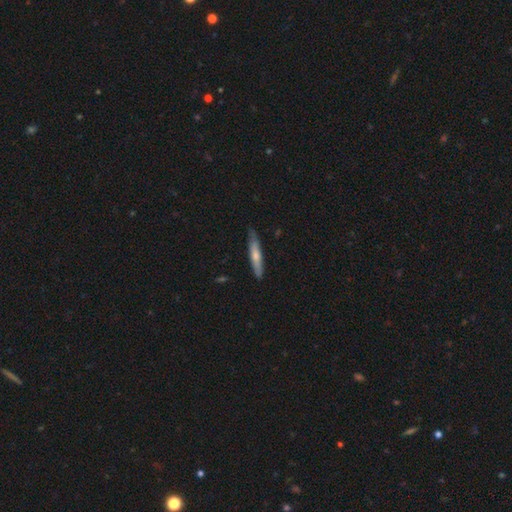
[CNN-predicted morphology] smooth_or_featured: smooth (p=0.61) [alt: featured or disk p=0.34]
how_rounded: cigar-shaped (p=0.90) [alt: in between p=0.09]
merging: none (p=0.78) [alt: minor disturbance p=0.19]